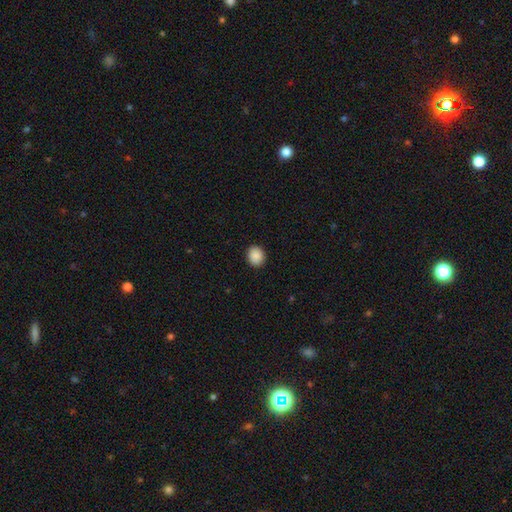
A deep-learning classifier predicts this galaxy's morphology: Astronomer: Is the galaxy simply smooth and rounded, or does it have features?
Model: smooth — 89%.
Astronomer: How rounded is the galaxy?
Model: round — 73%.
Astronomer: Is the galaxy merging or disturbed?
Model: none — 91%.